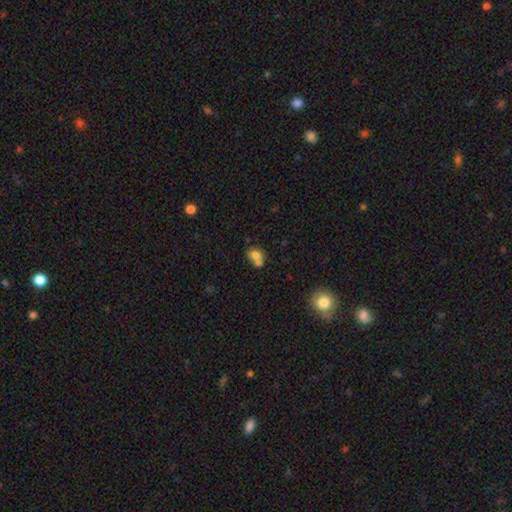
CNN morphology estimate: The model was most divided on "merging": merger: 54%, none: 33%, minor disturbance: 9%, major disturbance: 4%. More confident: smooth or featured — smooth (73%); how rounded — round (60%).